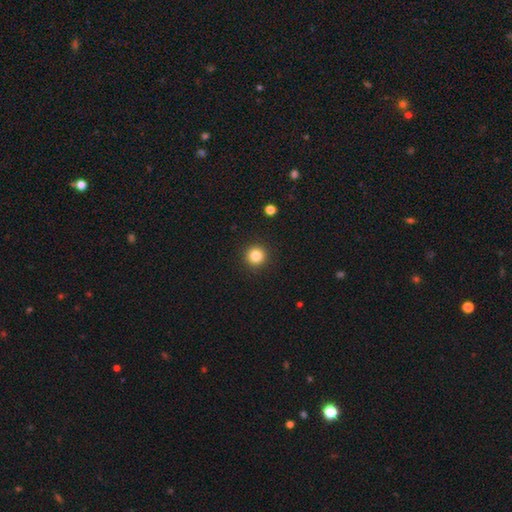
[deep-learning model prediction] Smooth or featured: smooth — 83% (star or artifact — 11%)
How rounded: round — 96% (in between — 3%)
Merging: none — 93% (minor disturbance — 4%)